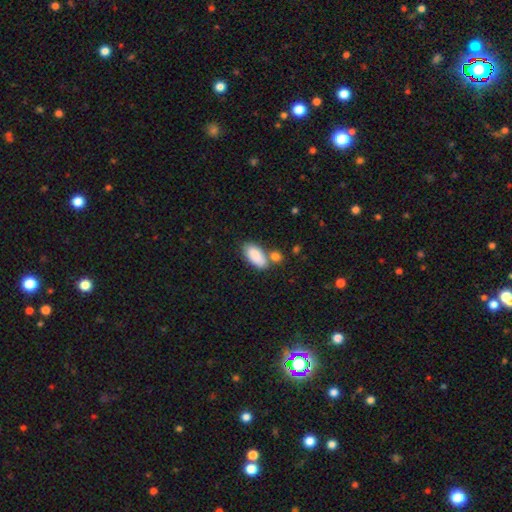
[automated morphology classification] Smooth or featured? smooth (87%)
How rounded? in between (90%)
Merging? none (56%)